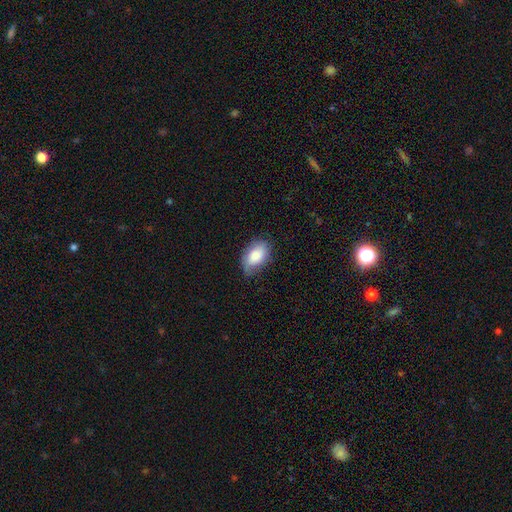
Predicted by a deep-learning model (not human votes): smooth-or-featured: smooth: 78% | featured or disk: 15% | star or artifact: 7%
  how-rounded: in between: 91% | round: 7% | cigar-shaped: 2%
  merging: none: 64% | minor disturbance: 28% | major disturbance: 6% | merger: 1%